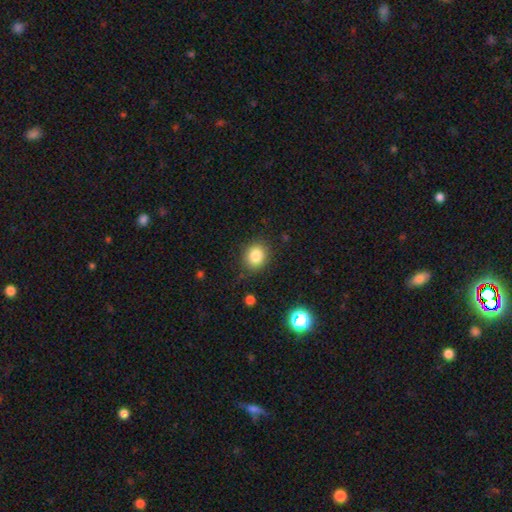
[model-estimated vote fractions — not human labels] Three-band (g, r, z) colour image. It shows a smooth galaxy with no disk features (83%) that is round (71%). Merging: none (86%).